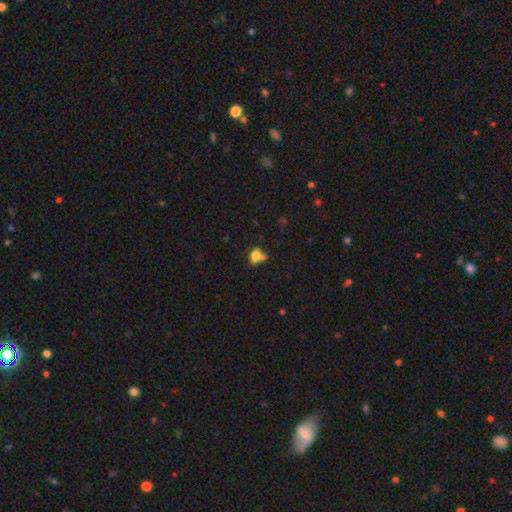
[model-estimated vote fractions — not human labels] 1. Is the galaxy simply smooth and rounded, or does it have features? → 70% smooth, 16% featured or disk, 13% star or artifact.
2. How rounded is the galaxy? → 79% in between, 13% round, 8% cigar-shaped.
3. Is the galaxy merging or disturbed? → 38% merger, 35% none, 17% minor disturbance, 10% major disturbance.